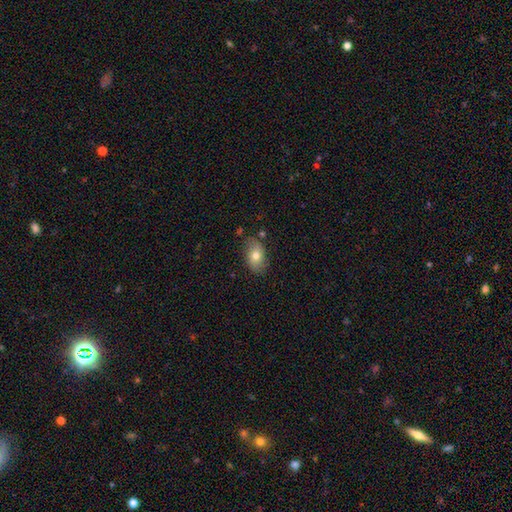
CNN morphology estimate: A smooth galaxy with no disk features (73%) that is in between round and cigar-shaped (87%). Merging: none (77%).